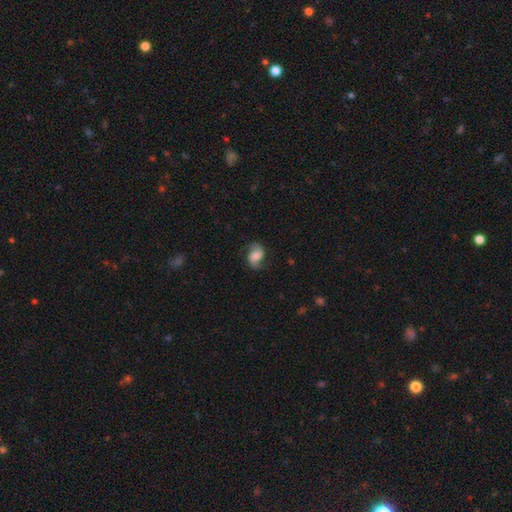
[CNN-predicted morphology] featured or disk 62%, smooth 30%, star or artifact 8%. Down the decision tree: edge-on disk — no (97%); bar — no (55%); spiral arms — yes (92%); spiral arm count — 2 (90%); spiral winding — loose (50%); bulge size — moderate (56%); merging — none (75%).